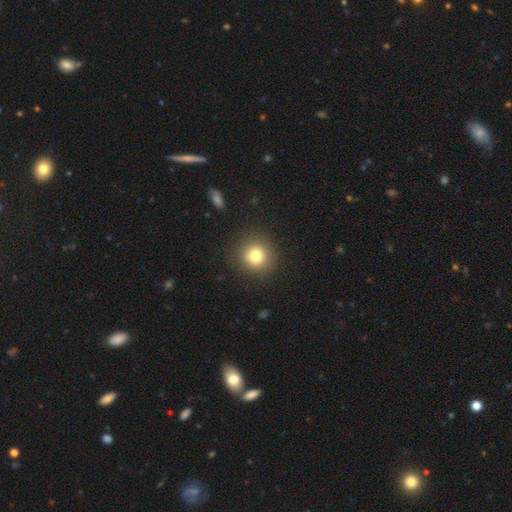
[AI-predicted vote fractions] This is likely a smooth galaxy (79%). How rounded: clearly round (92%). Merging: clearly none (89%).